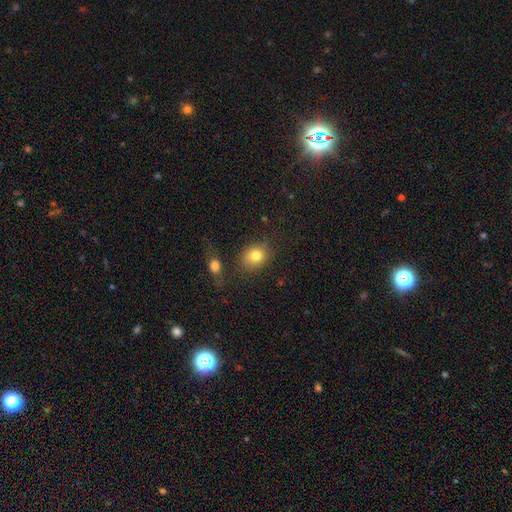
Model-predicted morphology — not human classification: smooth_or_featured: smooth (p=0.79) [alt: star or artifact p=0.11]
how_rounded: round (p=0.61) [alt: in between p=0.38]
merging: none (p=0.75) [alt: minor disturbance p=0.13]